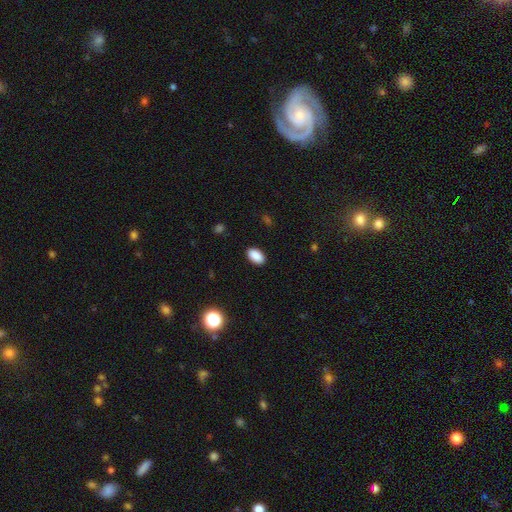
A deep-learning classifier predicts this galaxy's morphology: type=smooth (90%); roundness=in between (94%); merging=none (89%).